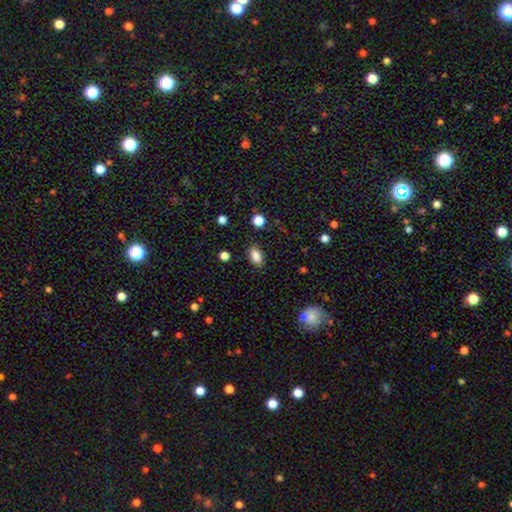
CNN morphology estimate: Smooth or featured? smooth (86%)
How rounded? in between (87%)
Merging? none (84%)